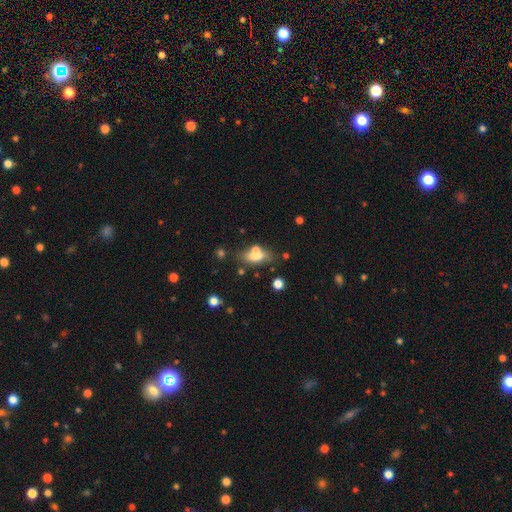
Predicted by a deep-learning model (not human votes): smooth-or-featured: smooth: 64% | featured or disk: 24% | star or artifact: 11%
  how-rounded: in between: 79% | cigar-shaped: 11% | round: 10%
  merging: none: 49% | merger: 25% | minor disturbance: 17% | major disturbance: 8%